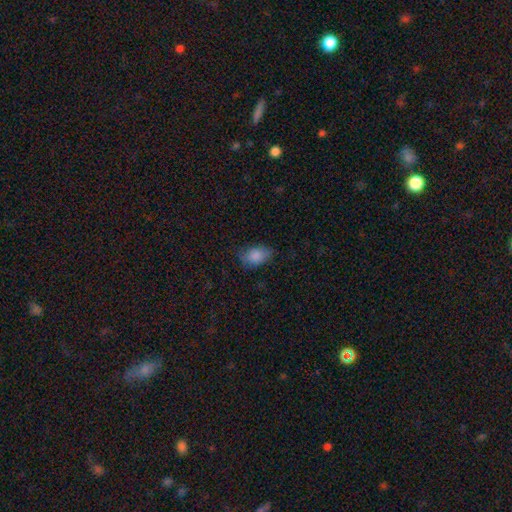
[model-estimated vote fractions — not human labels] The model was most divided on "merging": none: 69%, minor disturbance: 23%, major disturbance: 7%, merger: 1%. More confident: smooth or featured — smooth (85%); how rounded — in between (85%).